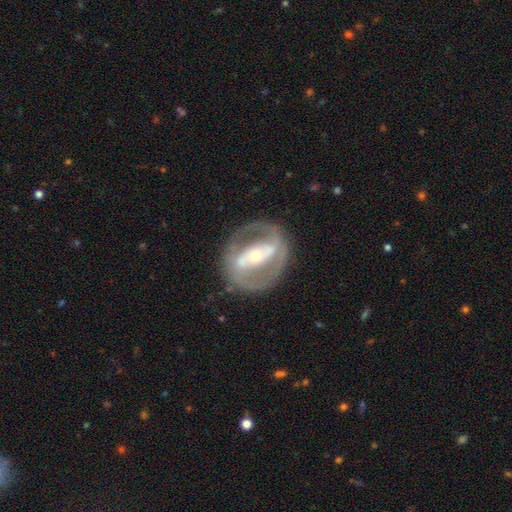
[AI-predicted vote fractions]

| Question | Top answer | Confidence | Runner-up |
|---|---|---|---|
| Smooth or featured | featured or disk | 79% | smooth (16%) |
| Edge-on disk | no | 91% | yes (9%) |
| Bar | strong | 58% | no (21%) |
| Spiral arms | no | 52% | yes (48%) |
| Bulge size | moderate | 46% | tied: small (46%) |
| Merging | none | 77% | minor disturbance (12%) |